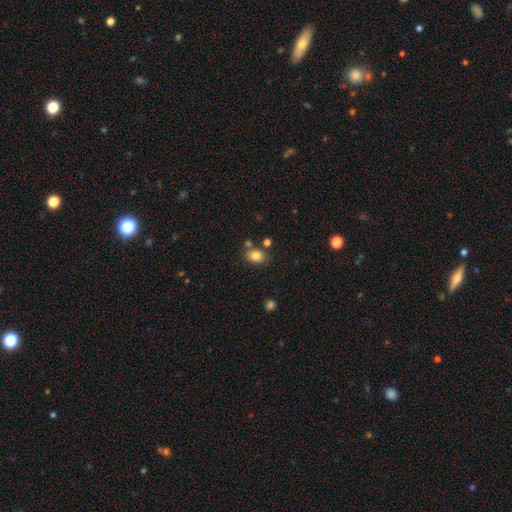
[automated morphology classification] Smooth or featured? Predicted: smooth (p=0.82). How rounded? Predicted: in between (p=0.75). Merging? Predicted: none (p=0.73).